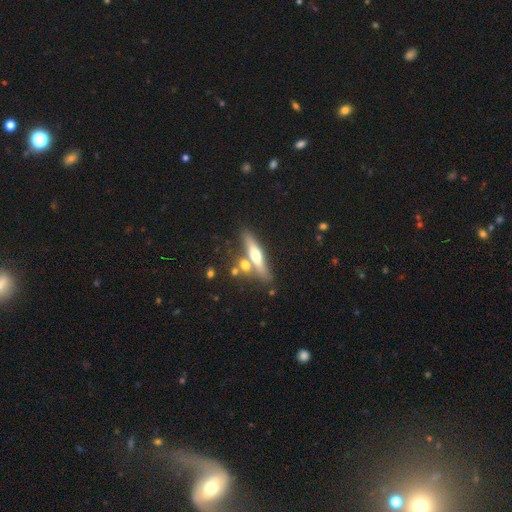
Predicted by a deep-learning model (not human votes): Overall: featured or disk (55%; smooth 38%). Edge-on disk: yes (89%). Merging: none (66%).